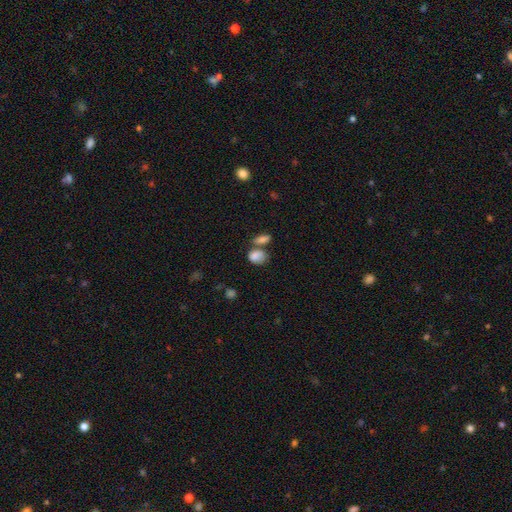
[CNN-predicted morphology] Smooth or featured: smooth — 82% (star or artifact — 9%)
How rounded: in between — 65% (round — 33%)
Merging: none — 40% (merger — 36%)